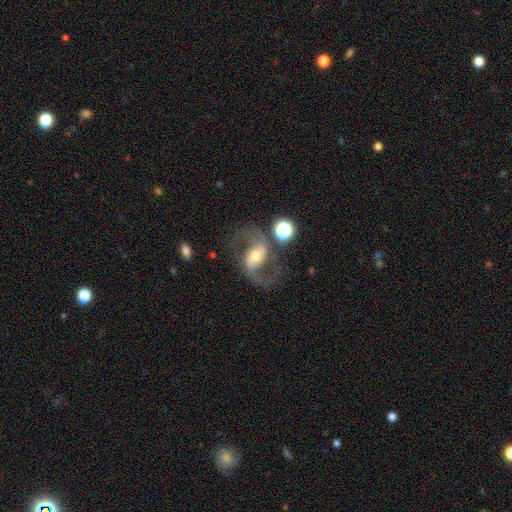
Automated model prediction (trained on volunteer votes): Smooth or featured?
  - featured or disk: 86% *
  - smooth: 7%
  - star or artifact: 7%
Edge-on disk?
  - no: 97% *
  - yes: 3%
Bar?
  - weak: 39% *
  - strong: 32%
  - no: 28%
Spiral arms?
  - yes: 95% *
  - no: 5%
Spiral winding?
  - medium: 48% *
  - loose: 43%
  - tight: 9%
Spiral arm count?
  - 2: 93% *
  - can't tell: 2%
  - 1: 2%
  - 3: 1%
  - 4: 1%
  - more than 4: 1%
Bulge size?
  - moderate: 65% *
  - small: 24%
  - large: 9%
  - dominant: 1%
  - none: 1%
Merging?
  - none: 71% *
  - minor disturbance: 13%
  - major disturbance: 11%
  - merger: 5%